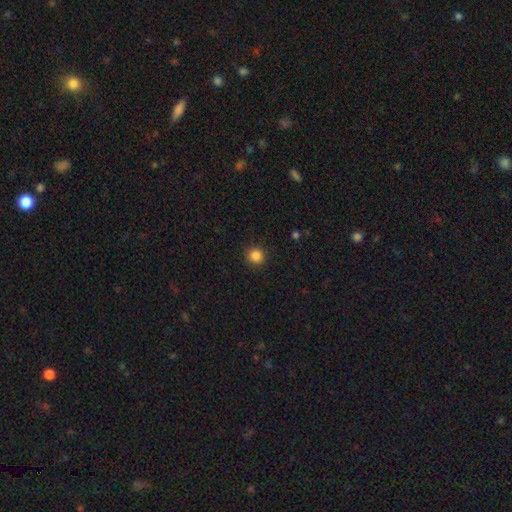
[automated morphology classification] Smooth or featured? smooth (86%)
How rounded? round (93%)
Merging? none (91%)